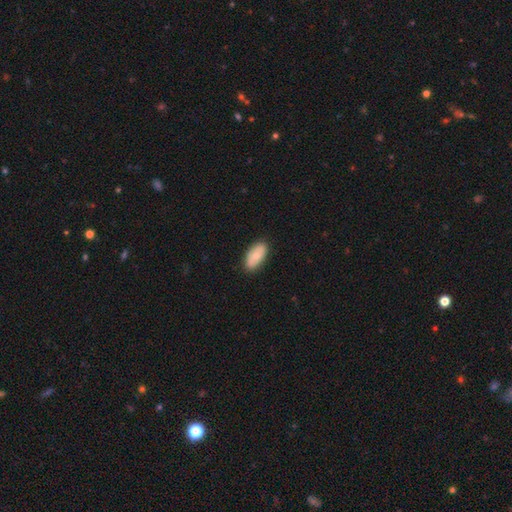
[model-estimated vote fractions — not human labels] smooth_or_featured: smooth (p=0.73) [alt: featured or disk p=0.21]
how_rounded: in between (p=0.91) [alt: cigar-shaped p=0.06]
merging: none (p=0.86) [alt: minor disturbance p=0.11]